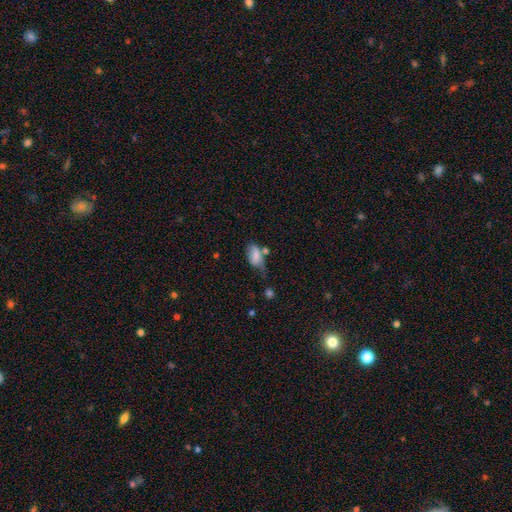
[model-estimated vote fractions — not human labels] smooth_or_featured: smooth (p=0.74) [alt: featured or disk p=0.17]
how_rounded: in between (p=0.90) [alt: round p=0.06]
merging: minor disturbance (p=0.34) [alt: none p=0.30]